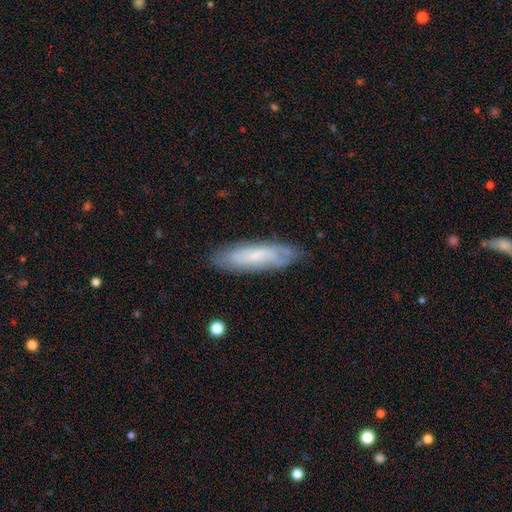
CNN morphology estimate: Smooth or featured? Predicted: featured or disk (p=0.48). Merging? Predicted: none (p=0.75).